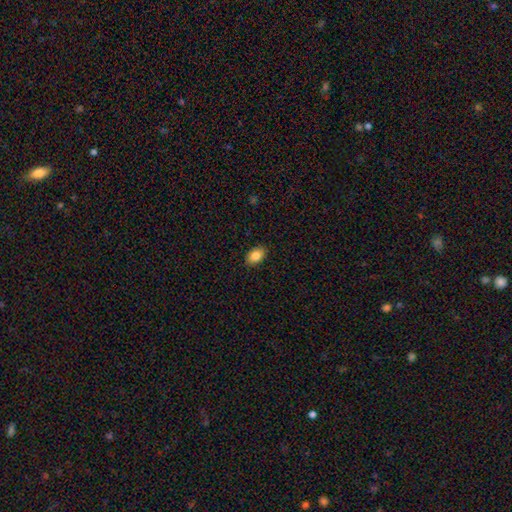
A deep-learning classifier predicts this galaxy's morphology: Smooth or featured? Predicted: smooth (p=0.84). How rounded? Predicted: in between (p=0.85). Merging? Predicted: none (p=0.89).